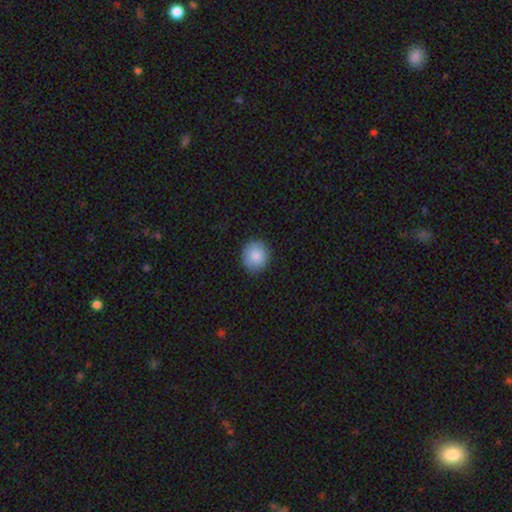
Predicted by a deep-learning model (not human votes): The model was most divided on "how rounded": round: 82%, in between: 17%, cigar-shaped: 1%. More confident: merging — none (87%); smooth or featured — smooth (87%).